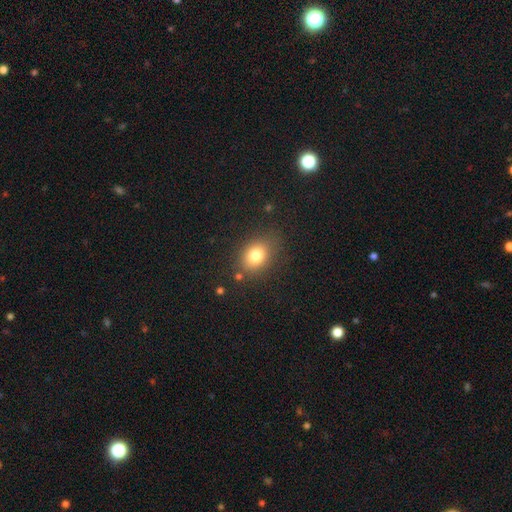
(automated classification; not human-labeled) Overall: smooth (79%). How rounded: in between (65%; round 34%). Merging: none (78%).